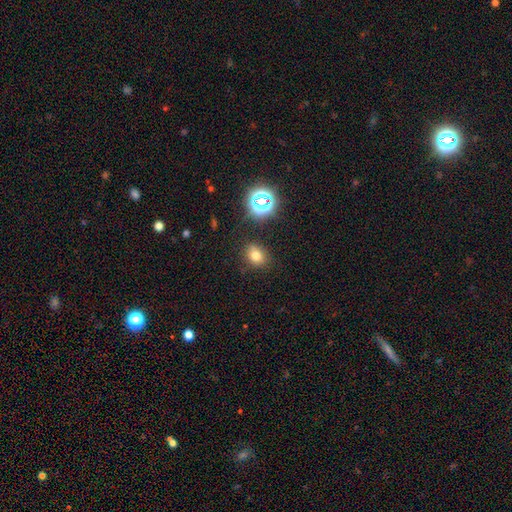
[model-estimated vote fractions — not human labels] The model was most divided on "how rounded": round: 51%, in between: 48%, cigar-shaped: 1%. More confident: merging — none (80%); smooth or featured — smooth (72%).